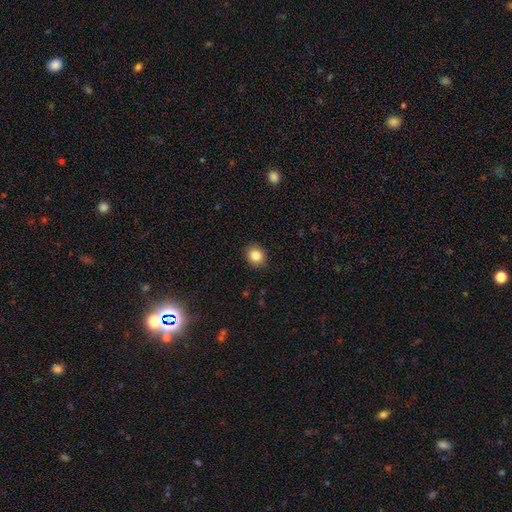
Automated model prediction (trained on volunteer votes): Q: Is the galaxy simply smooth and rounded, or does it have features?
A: smooth — 84%.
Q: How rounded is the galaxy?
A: round — 69%.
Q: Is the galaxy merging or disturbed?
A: none — 89%.